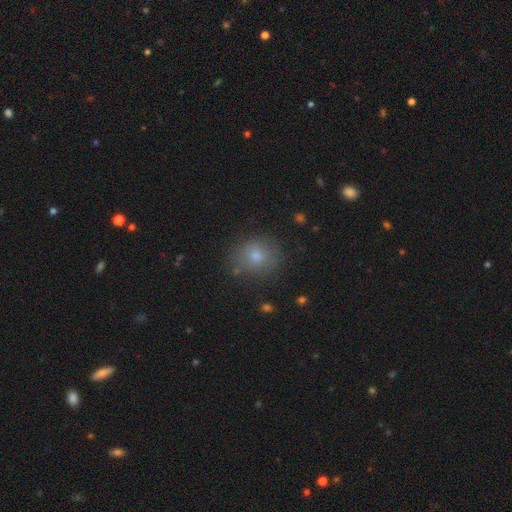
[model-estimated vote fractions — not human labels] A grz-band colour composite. It shows a smooth galaxy with no disk features (74%) that is round (72%). Merging: none (77%).